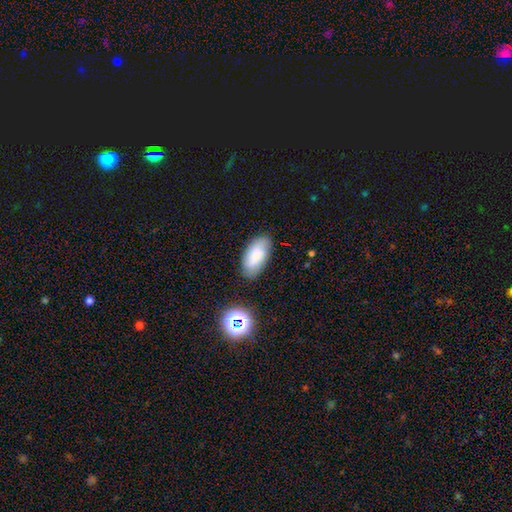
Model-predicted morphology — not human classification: smooth-or-featured: smooth: 74% | featured or disk: 18% | star or artifact: 8%
  how-rounded: in between: 93% | cigar-shaped: 5% | round: 3%
  merging: none: 80% | minor disturbance: 14% | major disturbance: 3% | merger: 3%